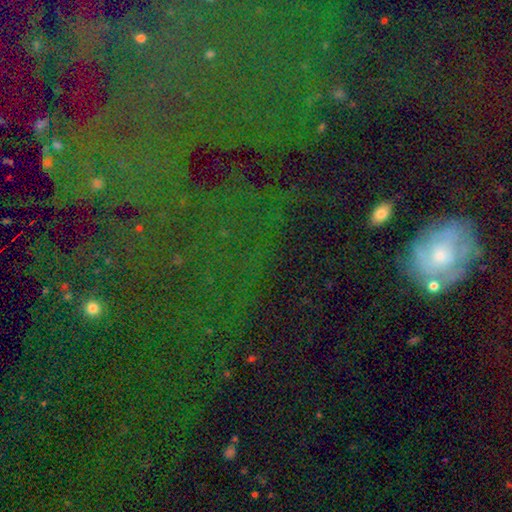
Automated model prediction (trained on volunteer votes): smooth-or-featured: star or artifact: 63% | smooth: 19% | featured or disk: 19%